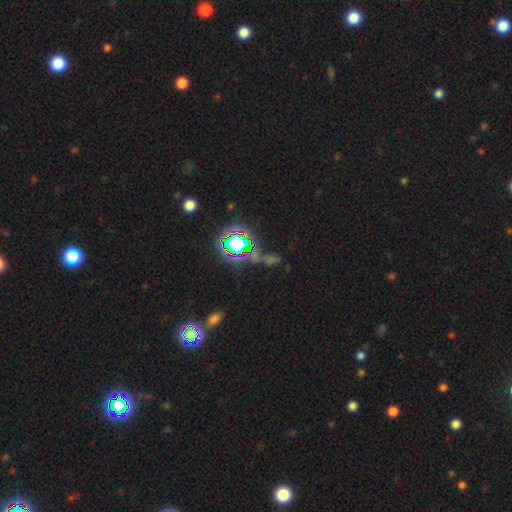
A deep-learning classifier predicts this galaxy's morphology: This appears to be a star or artifact, not a galaxy (77%).